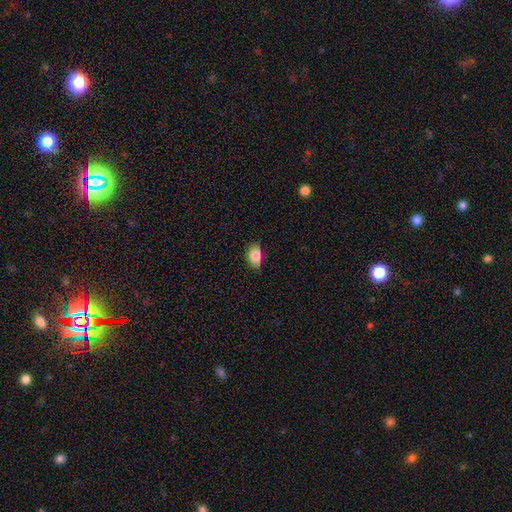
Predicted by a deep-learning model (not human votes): A smooth galaxy with no disk features (86%) that is in between round and cigar-shaped (88%).

Vote fractions:
- Smooth or featured? smooth: 86% / star or artifact: 8% / featured or disk: 6%
- How rounded? in between: 88% / round: 10% / cigar-shaped: 2%
- Merging? none: 78% / minor disturbance: 18% / major disturbance: 3% / merger: 1%